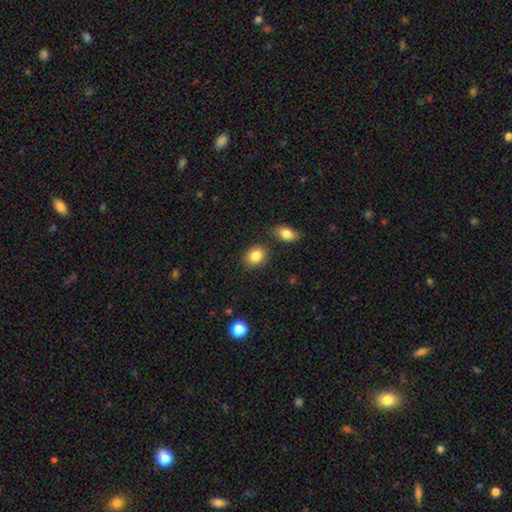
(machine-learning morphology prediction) This is clearly a smooth galaxy (86%). How rounded: possibly round (54%). Merging: clearly none (82%).